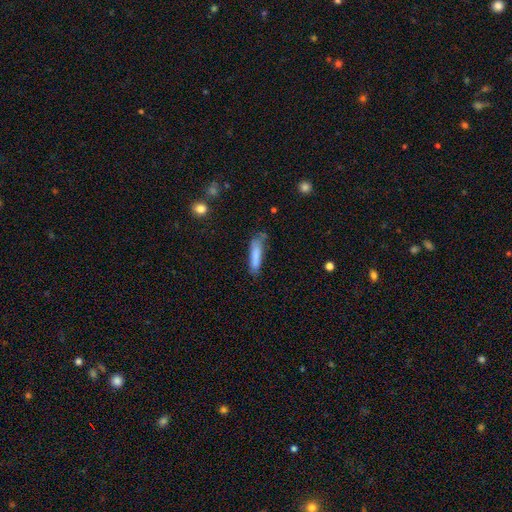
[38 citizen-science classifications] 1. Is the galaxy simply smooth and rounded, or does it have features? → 79% smooth, 18% featured or disk, 3% star or artifact.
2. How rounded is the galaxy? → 90% cigar-shaped, 10% in between, 0% round.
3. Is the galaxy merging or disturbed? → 59% none, 30% minor disturbance, 8% merger, 3% major disturbance.